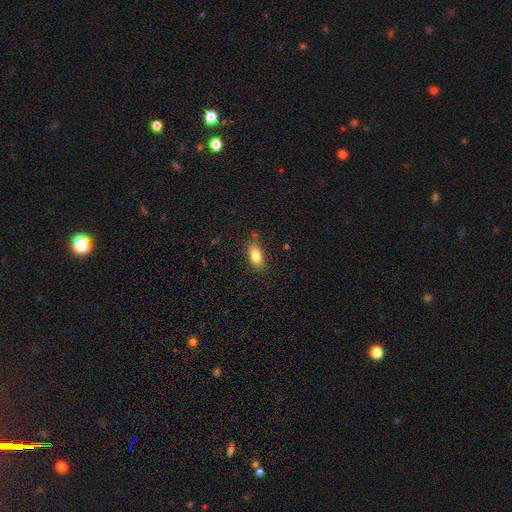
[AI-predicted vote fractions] This is clearly a smooth galaxy (81%). How rounded: clearly in between (88%). Merging: clearly none (81%).